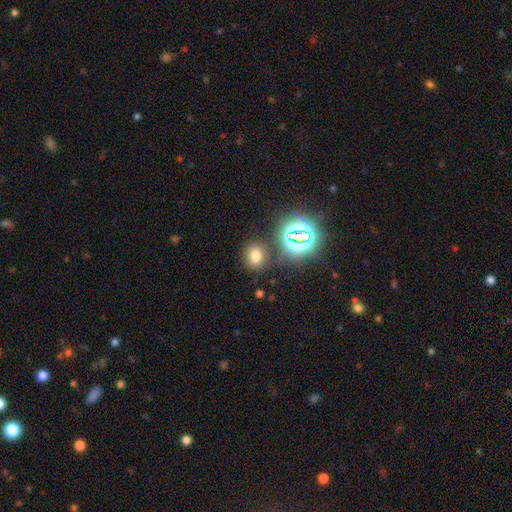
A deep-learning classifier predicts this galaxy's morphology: smooth_or_featured: smooth (p=0.68) [alt: star or artifact p=0.24]
how_rounded: round (p=0.58) [alt: in between p=0.41]
merging: none (p=0.78) [alt: minor disturbance p=0.11]